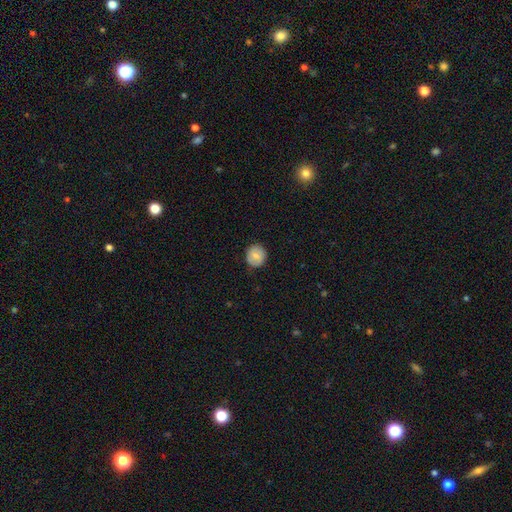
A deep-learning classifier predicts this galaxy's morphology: type=smooth (77%); roundness=round (86%); merging=none (85%).